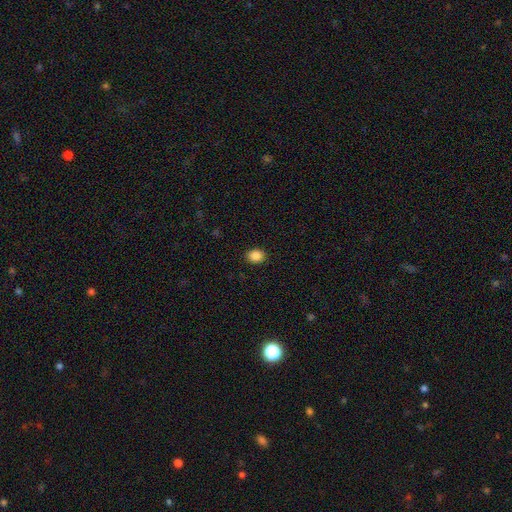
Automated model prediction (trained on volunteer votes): smooth 88%, star or artifact 9%, featured or disk 3%. Down the decision tree: how rounded — in between (55%); merging — none (90%).